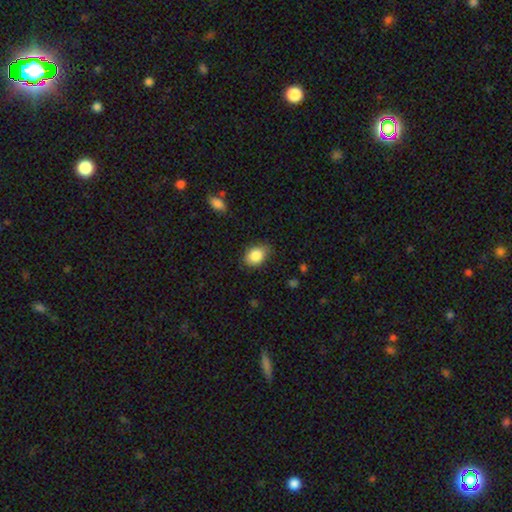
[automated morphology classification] Q: Smooth or featured?
A: smooth (85%); runner-up: star or artifact (8%)
Q: How rounded?
A: in between (73%); runner-up: round (26%)
Q: Merging?
A: none (74%); runner-up: minor disturbance (21%)